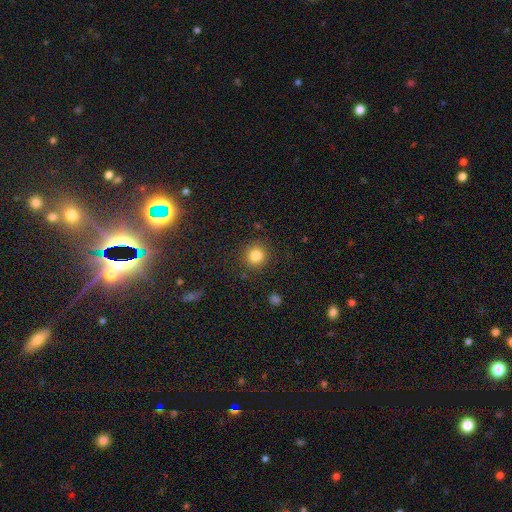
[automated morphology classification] Overall: smooth (83%). How rounded: round (92%). Merging: none (88%).